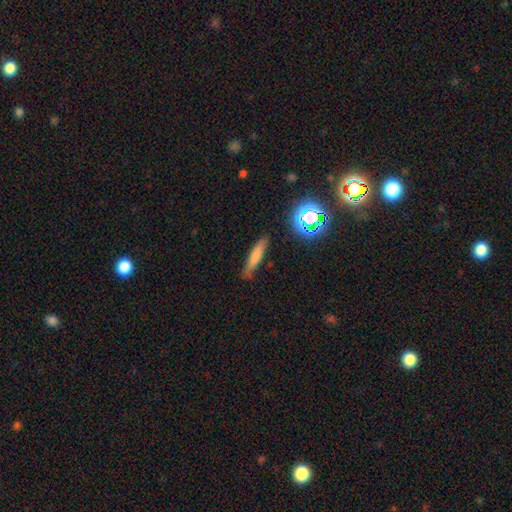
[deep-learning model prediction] smooth_or_featured: smooth (p=0.68) [alt: featured or disk p=0.20]
how_rounded: cigar-shaped (p=0.84) [alt: in between p=0.14]
merging: none (p=0.80) [alt: minor disturbance p=0.15]